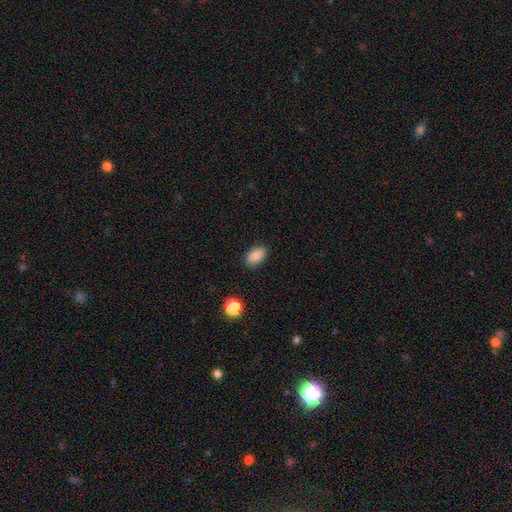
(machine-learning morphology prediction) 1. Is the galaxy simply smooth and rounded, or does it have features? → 88% smooth, 9% star or artifact, 3% featured or disk.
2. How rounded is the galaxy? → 90% in between, 8% round, 2% cigar-shaped.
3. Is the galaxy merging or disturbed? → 87% none, 9% minor disturbance, 2% major disturbance, 1% merger.